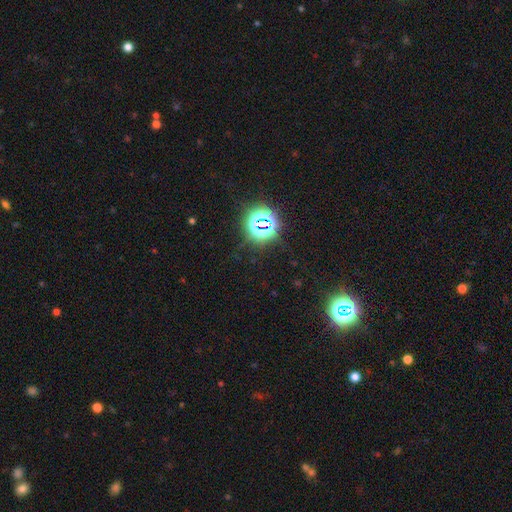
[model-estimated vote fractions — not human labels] The model was most divided on "smooth or featured": star or artifact: 79%, smooth: 15%, featured or disk: 6%.